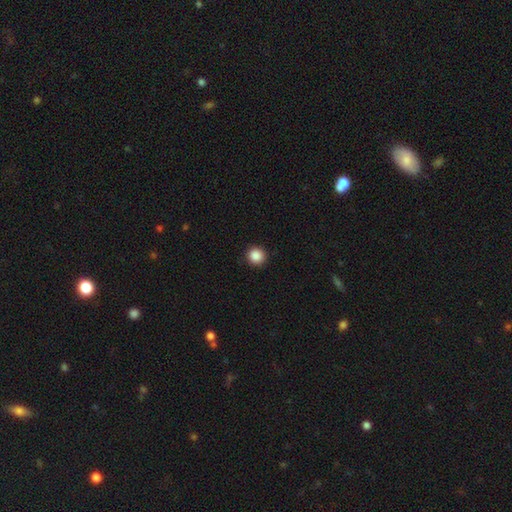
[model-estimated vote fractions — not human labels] This appears to be a smooth galaxy with no disk features (88%) that is round (95%). Merging: none (93%).